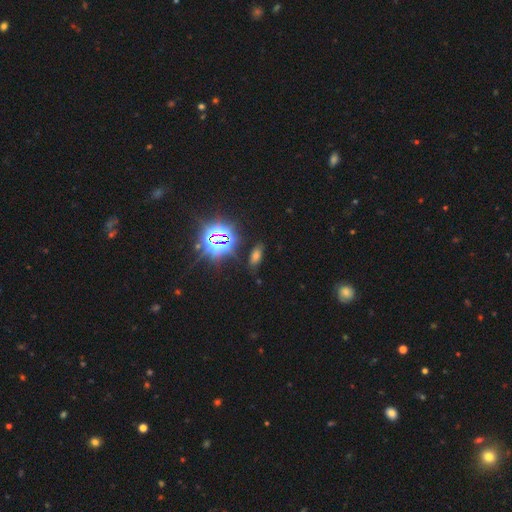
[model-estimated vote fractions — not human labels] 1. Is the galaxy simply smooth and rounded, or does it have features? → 45% star or artifact, 43% smooth, 11% featured or disk.